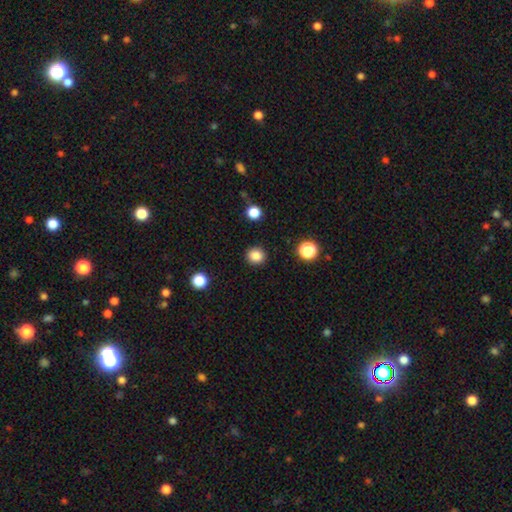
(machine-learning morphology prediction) Smooth or featured? Predicted: smooth (p=0.85). How rounded? Predicted: round (p=0.88). Merging? Predicted: none (p=0.91).